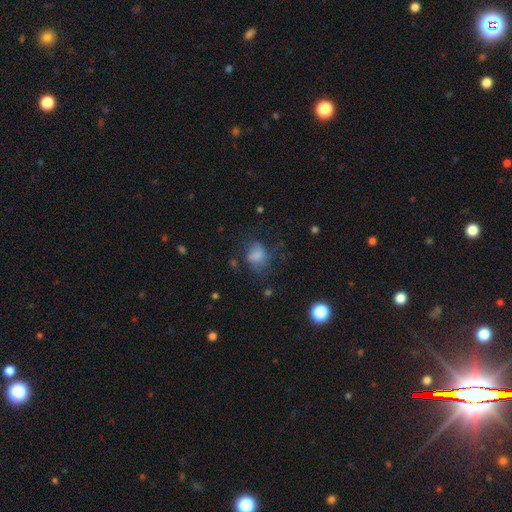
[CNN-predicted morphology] A smooth galaxy with no disk features (64%) that is round (50%). Merging: none (50%).